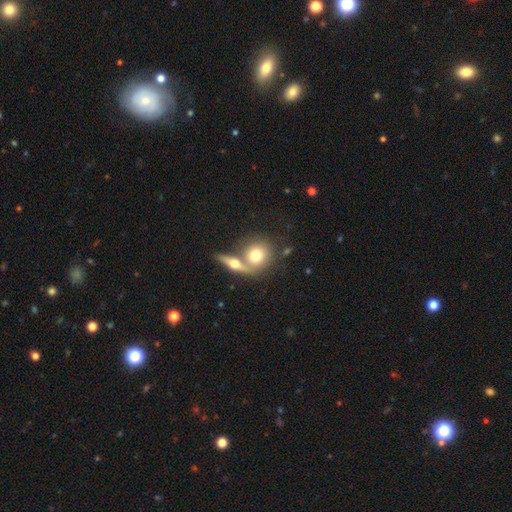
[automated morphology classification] Smooth or featured?
  - smooth: 66% *
  - featured or disk: 27%
  - star or artifact: 7%
How rounded?
  - round: 74% *
  - in between: 23%
  - cigar-shaped: 3%
Merging?
  - merger: 49% *
  - none: 39%
  - minor disturbance: 8%
  - major disturbance: 4%